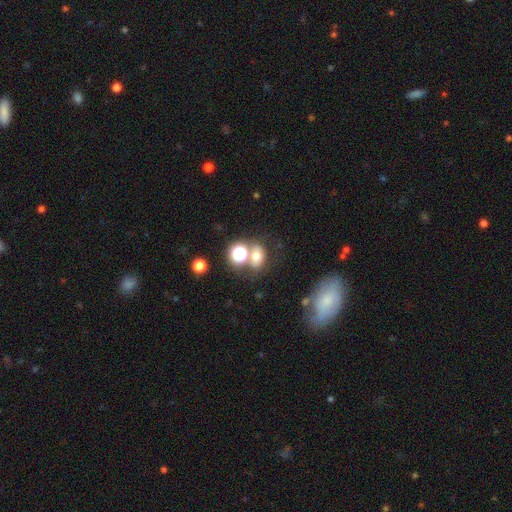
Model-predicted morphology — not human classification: Q: Smooth or featured?
A: smooth (64%); runner-up: star or artifact (20%)
Q: How rounded?
A: in between (53%); runner-up: round (45%)
Q: Merging?
A: none (51%); runner-up: merger (30%)